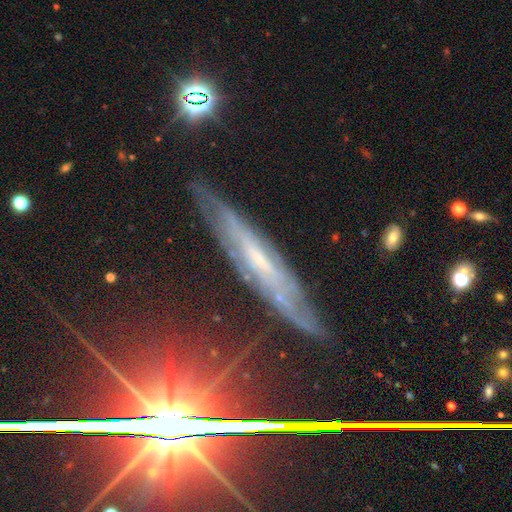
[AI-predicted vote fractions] Overall: featured or disk (69%). Edge-on disk: yes (68%; no 32%). Merging: none (76%).